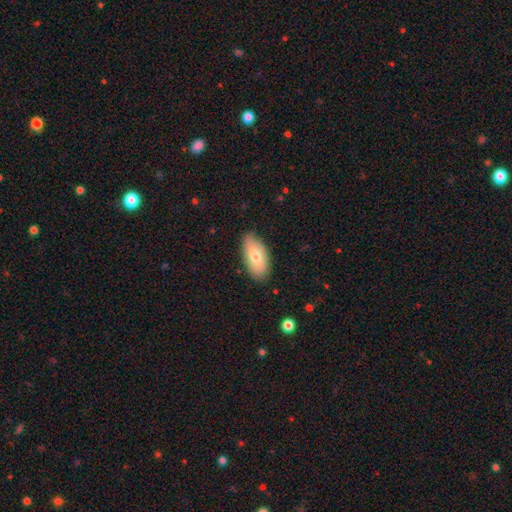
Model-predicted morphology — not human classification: smooth_or_featured: smooth (p=0.72) [alt: featured or disk p=0.21]
how_rounded: in between (p=0.91) [alt: cigar-shaped p=0.06]
merging: none (p=0.83) [alt: minor disturbance p=0.14]